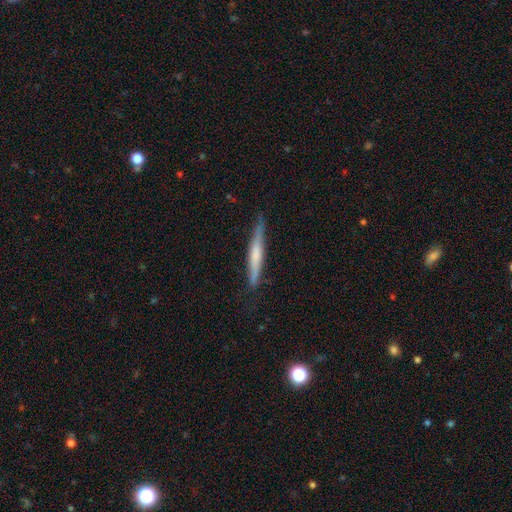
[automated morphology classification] Smooth or featured?
  - smooth: 48% *
  - featured or disk: 47%
  - star or artifact: 5%
Merging?
  - none: 79% *
  - minor disturbance: 16%
  - major disturbance: 3%
  - merger: 1%